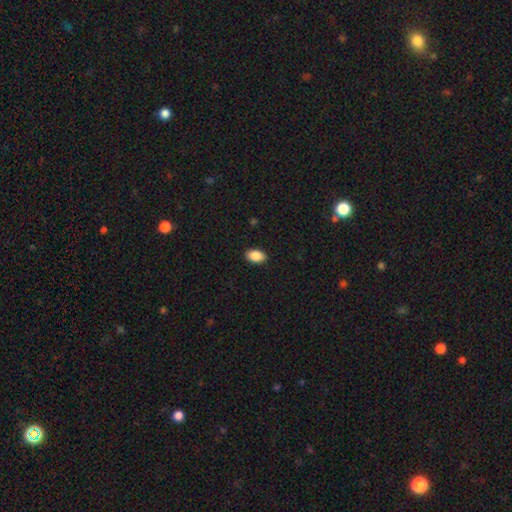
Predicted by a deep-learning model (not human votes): smooth 89%, star or artifact 7%, featured or disk 4%. Down the decision tree: how rounded — in between (91%); merging — none (90%).